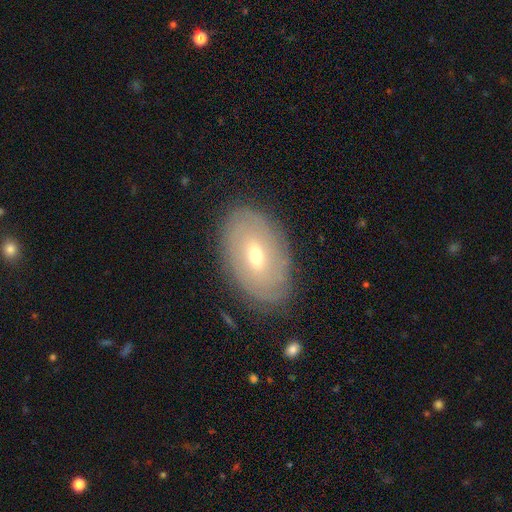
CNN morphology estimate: Smooth or featured? featured or disk (66%)
Edge-on disk? no (92%)
Bar? weak (47%)
Spiral arms? yes (66%)
Bulge size? moderate (54%)
Merging? none (83%)